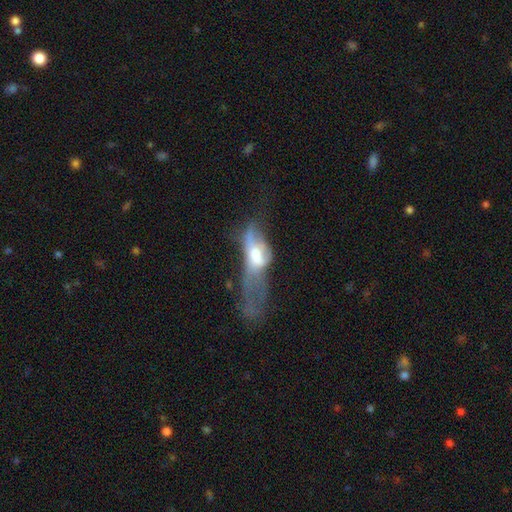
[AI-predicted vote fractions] Smooth or featured: featured or disk — 46% (smooth — 44%)
Merging: major disturbance — 64% (minor disturbance — 13%)